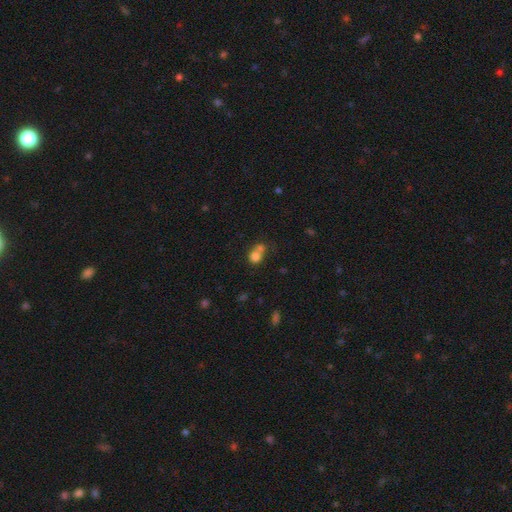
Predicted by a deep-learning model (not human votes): This is likely a smooth galaxy (76%). How rounded: likely round (76%). Merging: possibly merger (56%).